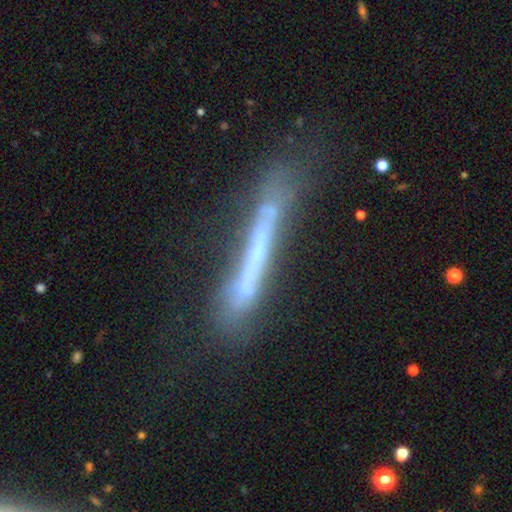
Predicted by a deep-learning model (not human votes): The model was most divided on "smooth or featured": featured or disk: 57%, smooth: 33%, star or artifact: 11%. More confident: edge-on disk — yes (83%); merging — none (58%).